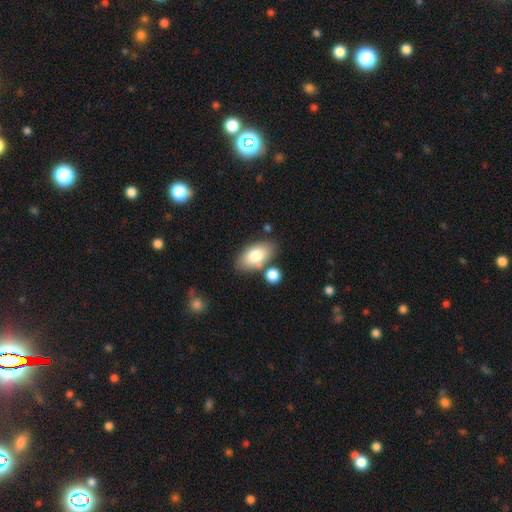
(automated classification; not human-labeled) smooth-or-featured: smooth: 78% | featured or disk: 15% | star or artifact: 7%
  how-rounded: in between: 92% | round: 4% | cigar-shaped: 3%
  merging: none: 74% | minor disturbance: 12% | merger: 11% | major disturbance: 3%